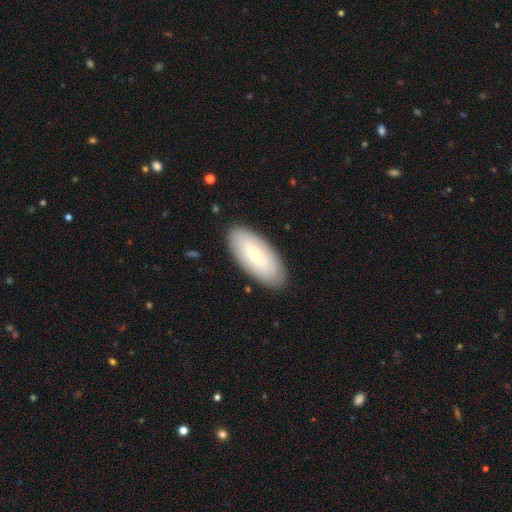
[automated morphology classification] Q: Smooth or featured?
A: smooth (55%); runner-up: featured or disk (40%)
Q: How rounded?
A: in between (87%); runner-up: cigar-shaped (10%)
Q: Merging?
A: none (88%); runner-up: minor disturbance (9%)